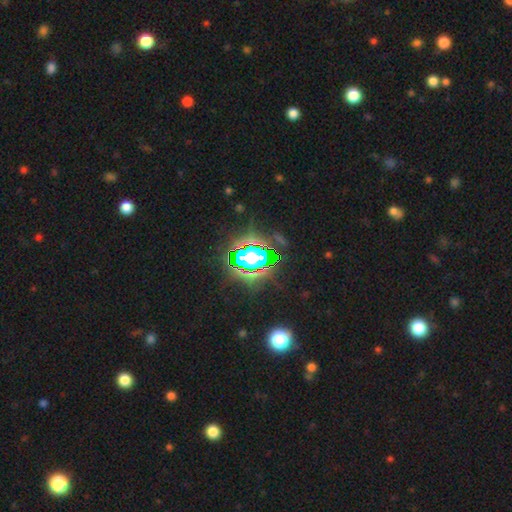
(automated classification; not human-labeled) Smooth or featured?
  - star or artifact: 68% *
  - smooth: 16%
  - featured or disk: 16%